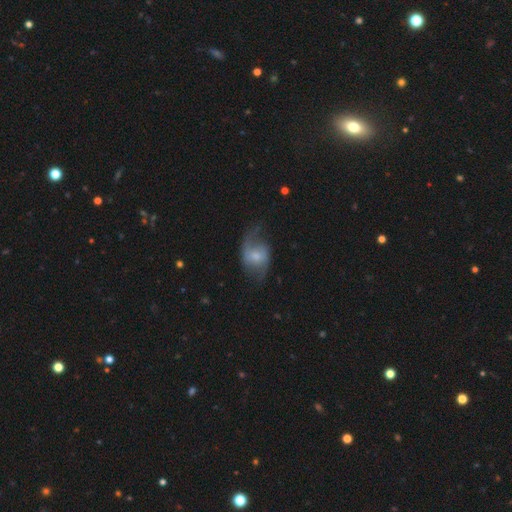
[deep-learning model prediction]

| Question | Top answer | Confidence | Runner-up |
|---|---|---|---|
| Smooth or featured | featured or disk | 64% | smooth (29%) |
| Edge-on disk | no | 96% | yes (4%) |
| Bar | no | 51% | weak (42%) |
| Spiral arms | yes | 88% | no (12%) |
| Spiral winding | loose | 62% | medium (30%) |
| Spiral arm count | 2 | 80% | 1 (10%) |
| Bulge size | moderate | 45% | small (32%) |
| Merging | none | 54% | minor disturbance (24%) |